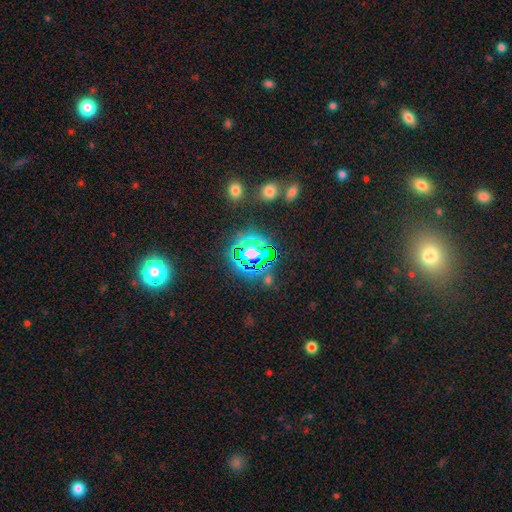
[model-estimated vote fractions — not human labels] Smooth or featured?
  - star or artifact: 77% *
  - smooth: 15%
  - featured or disk: 8%